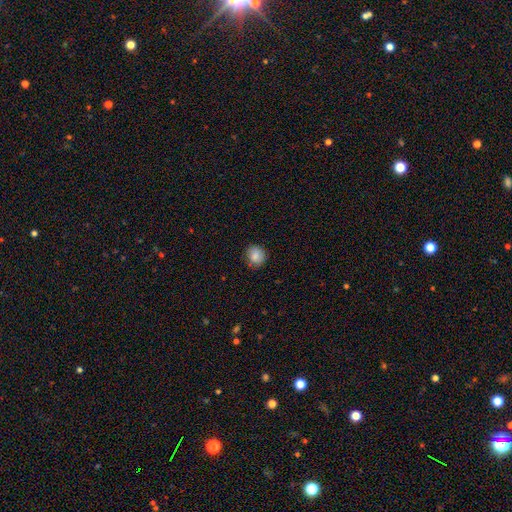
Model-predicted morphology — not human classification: smooth 85%, star or artifact 8%, featured or disk 6%. Down the decision tree: how rounded — round (78%); merging — none (80%).